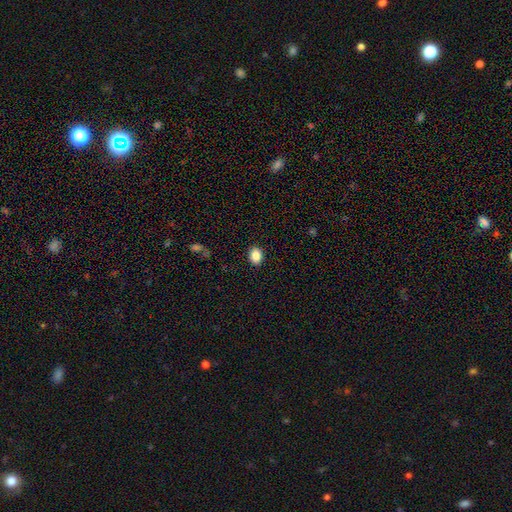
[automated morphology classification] A smooth galaxy with no disk features (86%) that is in between round and cigar-shaped (64%). Merging: none (90%).